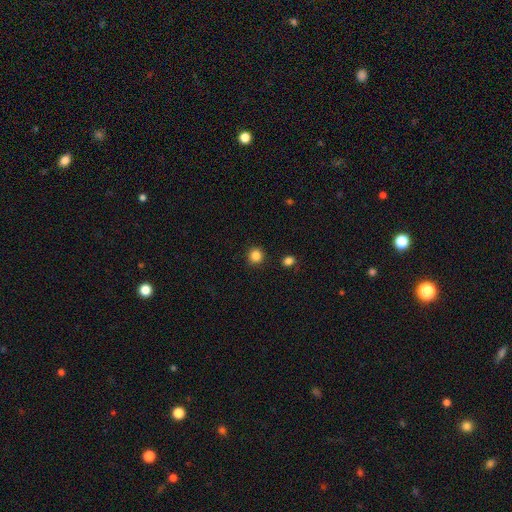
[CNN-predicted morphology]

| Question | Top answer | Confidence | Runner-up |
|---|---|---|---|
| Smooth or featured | smooth | 85% | star or artifact (12%) |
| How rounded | round | 93% | in between (6%) |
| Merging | none | 90% | minor disturbance (6%) |